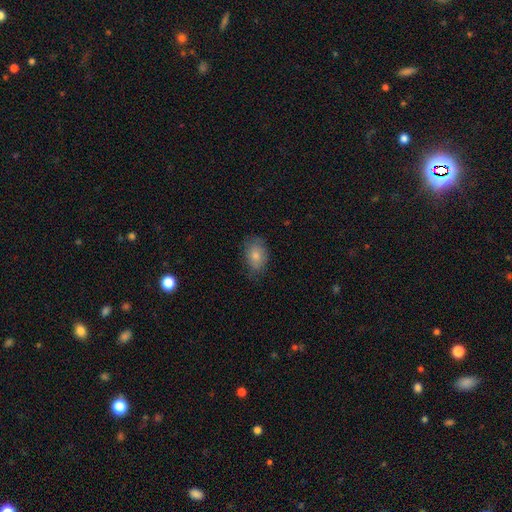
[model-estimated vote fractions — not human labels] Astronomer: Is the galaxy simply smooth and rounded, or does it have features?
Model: smooth — 81%.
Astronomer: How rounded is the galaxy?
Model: in between — 80%.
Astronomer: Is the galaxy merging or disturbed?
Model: none — 71%.